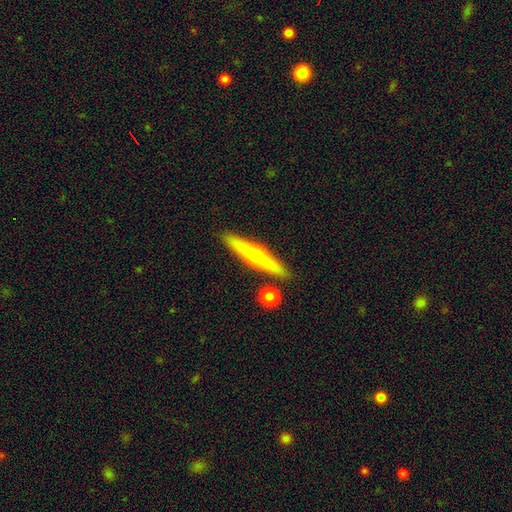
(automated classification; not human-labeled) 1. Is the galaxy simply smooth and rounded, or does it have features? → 60% featured or disk, 34% smooth, 6% star or artifact.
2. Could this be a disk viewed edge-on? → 95% yes, 5% no.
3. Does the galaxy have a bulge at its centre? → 91% rounded, 6% none, 2% boxy.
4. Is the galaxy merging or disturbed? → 86% none, 8% minor disturbance, 5% merger, 2% major disturbance.